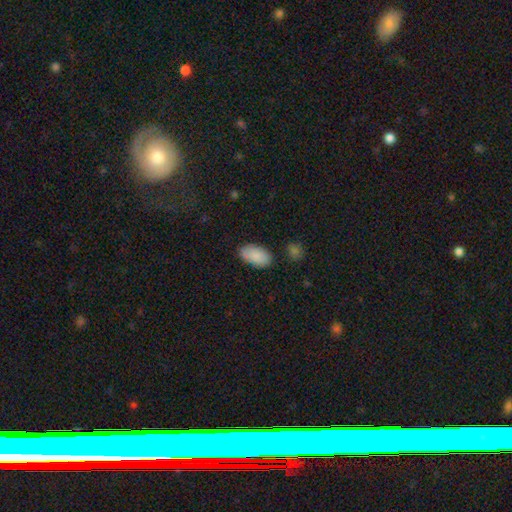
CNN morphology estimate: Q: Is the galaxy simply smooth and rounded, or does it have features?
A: smooth — 87%.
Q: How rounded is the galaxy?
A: in between — 95%.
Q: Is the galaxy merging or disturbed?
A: none — 79%.